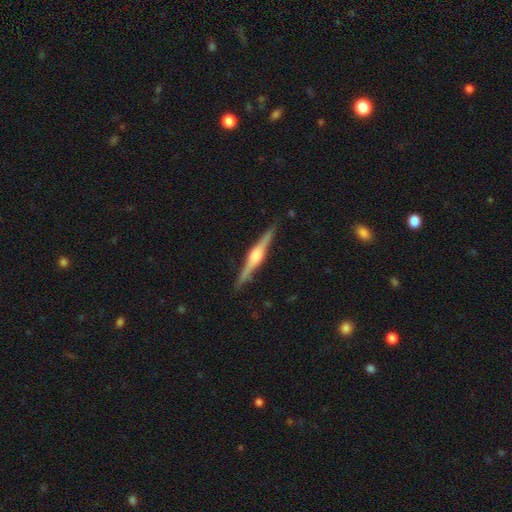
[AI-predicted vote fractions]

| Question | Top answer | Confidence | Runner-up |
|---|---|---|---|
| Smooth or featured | featured or disk | 83% | smooth (12%) |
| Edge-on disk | yes | 98% | no (2%) |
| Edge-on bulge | rounded | 83% | boxy (14%) |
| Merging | none | 91% | minor disturbance (7%) |